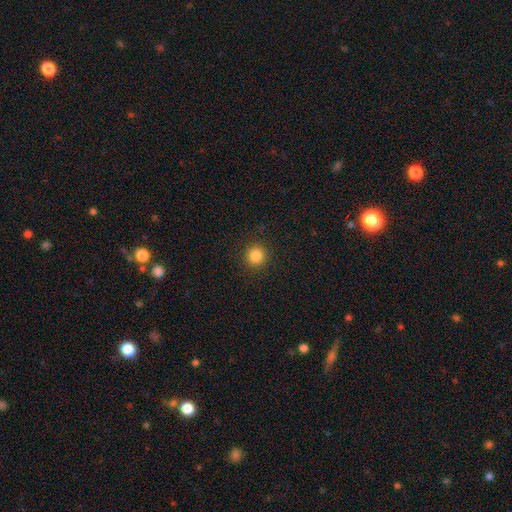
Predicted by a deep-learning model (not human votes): Smooth or featured? smooth (84%)
How rounded? round (94%)
Merging? none (92%)